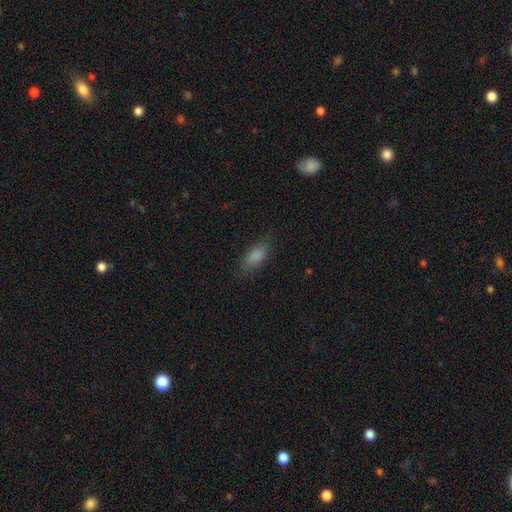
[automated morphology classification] This appears to be a smooth galaxy with no disk features (84%) that is in between round and cigar-shaped (79%). Merging: none (79%).